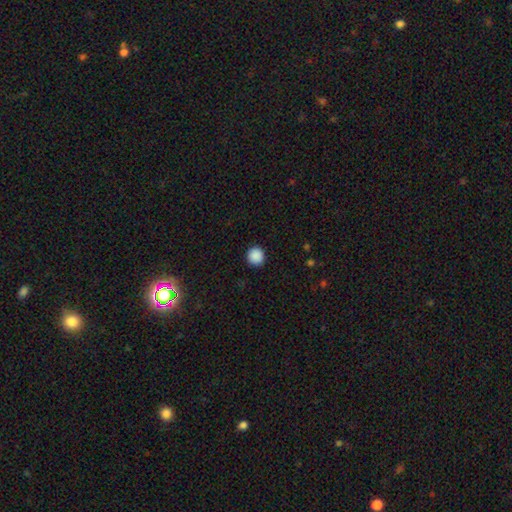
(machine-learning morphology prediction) Smooth or featured?
  - smooth: 89% *
  - star or artifact: 9%
  - featured or disk: 2%
How rounded?
  - round: 93% *
  - in between: 7%
  - cigar-shaped: 1%
Merging?
  - none: 91% *
  - minor disturbance: 6%
  - major disturbance: 2%
  - merger: 1%